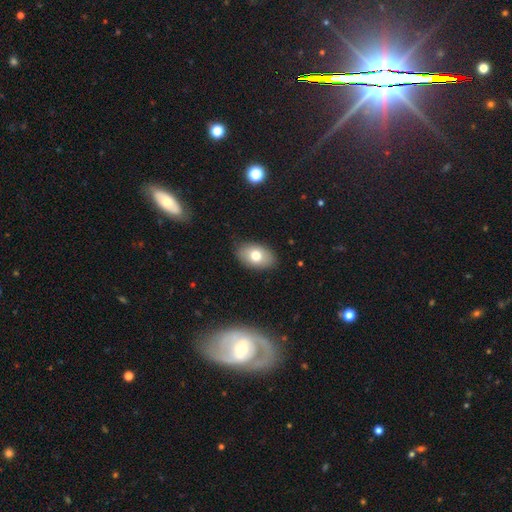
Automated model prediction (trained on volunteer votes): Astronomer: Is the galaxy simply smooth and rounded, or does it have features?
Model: smooth — 74%.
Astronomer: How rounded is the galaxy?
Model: in between — 89%.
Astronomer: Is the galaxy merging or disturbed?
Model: none — 85%.